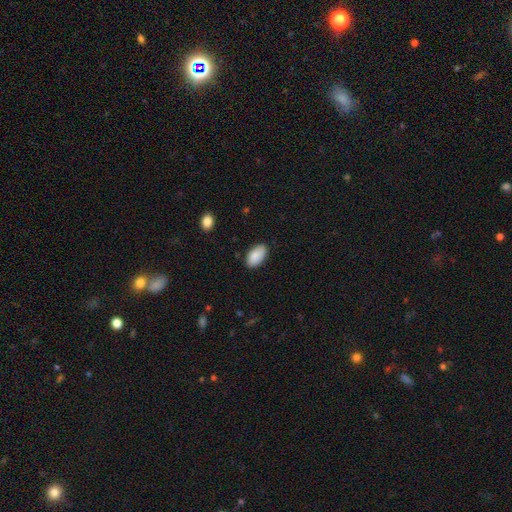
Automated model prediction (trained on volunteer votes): Smooth or featured: smooth — 89% (star or artifact — 6%)
How rounded: in between — 95% (round — 3%)
Merging: none — 85% (minor disturbance — 12%)